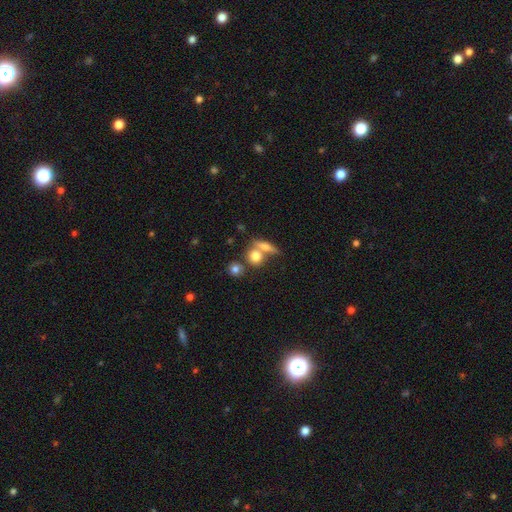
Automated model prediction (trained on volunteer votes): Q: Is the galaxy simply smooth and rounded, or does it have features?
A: smooth — 74%.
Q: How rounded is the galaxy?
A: round — 59%.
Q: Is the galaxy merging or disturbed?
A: none — 47%.